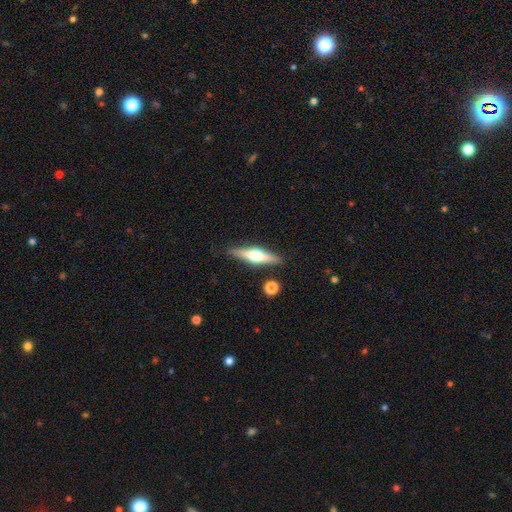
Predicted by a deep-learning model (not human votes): Q: Smooth or featured?
A: featured or disk (64%); runner-up: smooth (30%)
Q: Edge-on disk?
A: yes (96%); runner-up: no (4%)
Q: Edge-on bulge?
A: rounded (93%); runner-up: boxy (4%)
Q: Merging?
A: none (86%); runner-up: minor disturbance (9%)